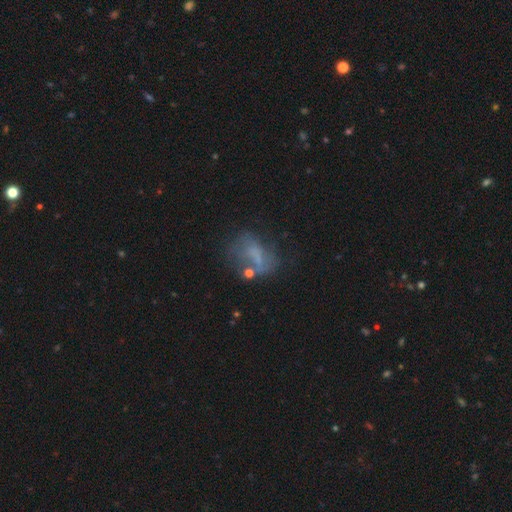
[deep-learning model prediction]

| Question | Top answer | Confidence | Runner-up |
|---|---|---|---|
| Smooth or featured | smooth | 44% | featured or disk (40%) |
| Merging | none | 42% | major disturbance (24%) |